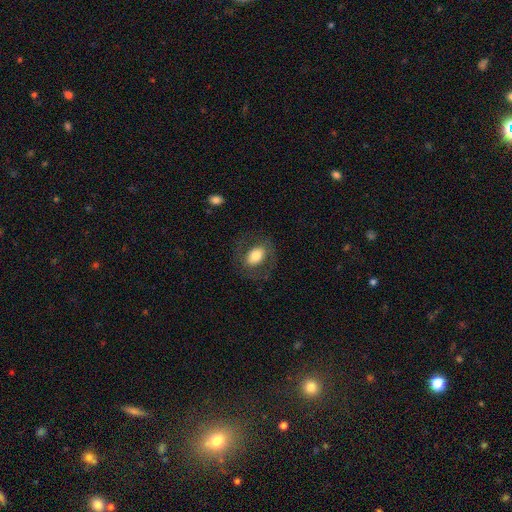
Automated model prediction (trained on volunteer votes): Smooth or featured? smooth (65%)
How rounded? in between (80%)
Merging? none (76%)